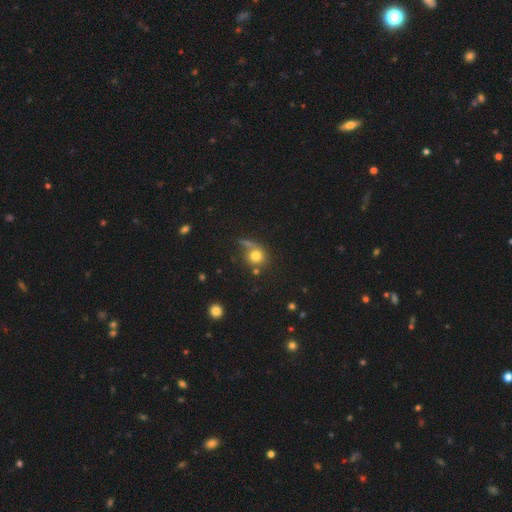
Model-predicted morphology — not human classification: smooth-or-featured: smooth: 76% | featured or disk: 12% | star or artifact: 12%
  how-rounded: round: 84% | in between: 14% | cigar-shaped: 1%
  merging: none: 56% | merger: 17% | minor disturbance: 15% | major disturbance: 12%